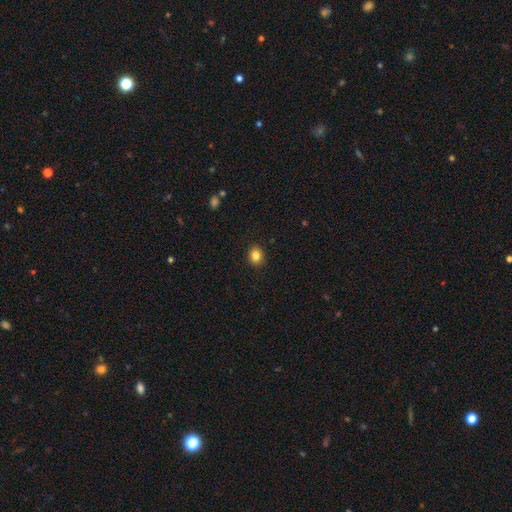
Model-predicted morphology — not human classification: type=smooth (83%); roundness=round (64%); merging=none (91%).